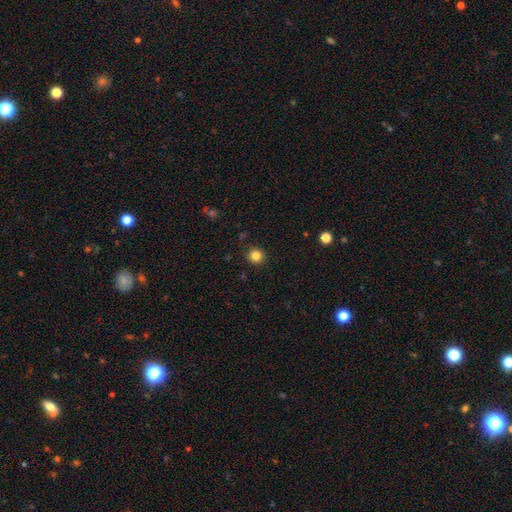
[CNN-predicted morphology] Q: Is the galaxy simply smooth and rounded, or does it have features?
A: smooth — 84%.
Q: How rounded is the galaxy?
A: round — 91%.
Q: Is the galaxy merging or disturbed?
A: none — 91%.